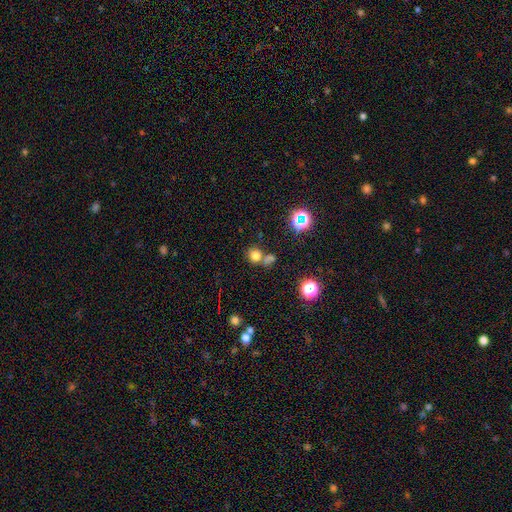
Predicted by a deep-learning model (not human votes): This appears to be a smooth galaxy with no disk features (73%) that is round (84%). Merging: none (57%).